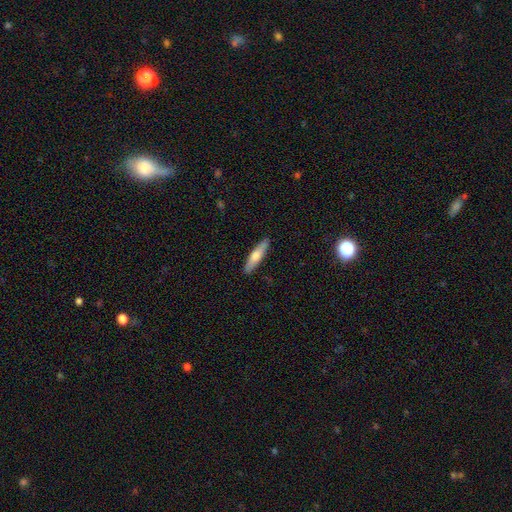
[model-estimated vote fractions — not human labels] Q: Smooth or featured?
A: smooth (63%); runner-up: featured or disk (32%)
Q: How rounded?
A: cigar-shaped (79%); runner-up: in between (19%)
Q: Merging?
A: none (89%); runner-up: minor disturbance (8%)